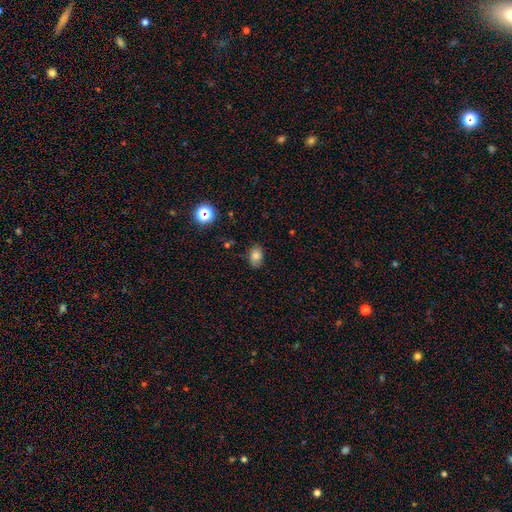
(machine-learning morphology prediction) Overall: smooth (79%). How rounded: in between (74%). Merging: none (79%).